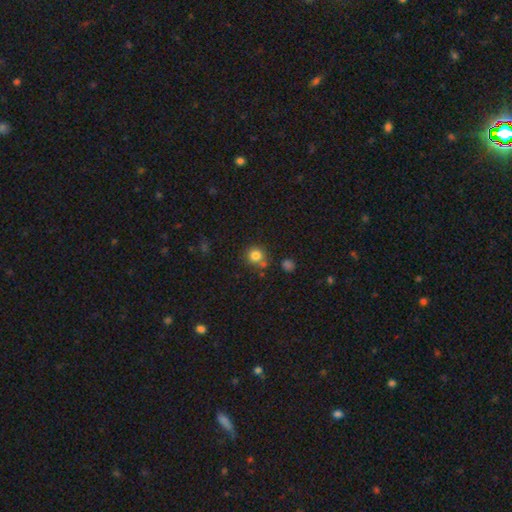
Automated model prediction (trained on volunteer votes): smooth 82%, star or artifact 12%, featured or disk 6%. Down the decision tree: how rounded — round (91%); merging — none (72%).